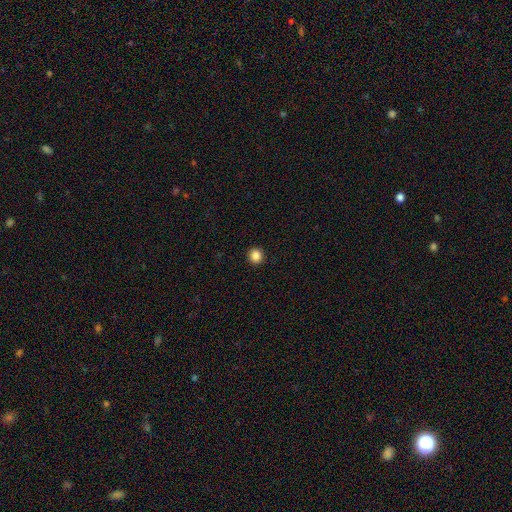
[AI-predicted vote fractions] Overall: smooth (86%). How rounded: round (94%). Merging: none (94%).